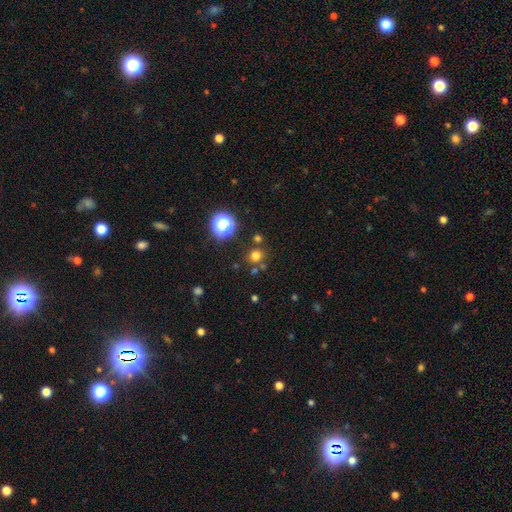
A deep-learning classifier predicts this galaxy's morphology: This appears to be a smooth galaxy with no disk features (72%) that is round (87%). Merging: none (77%).